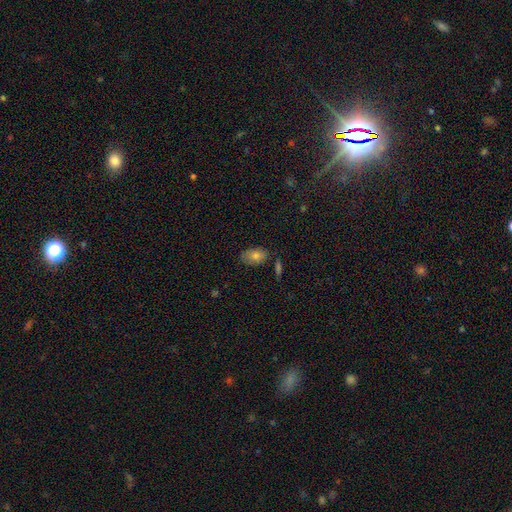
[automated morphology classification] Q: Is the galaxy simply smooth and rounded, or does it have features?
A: smooth — 78%.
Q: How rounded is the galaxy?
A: in between — 90%.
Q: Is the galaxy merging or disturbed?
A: none — 74%.